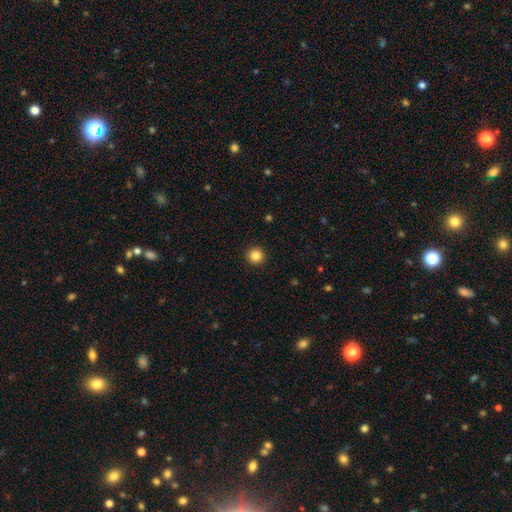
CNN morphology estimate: smooth 85%, star or artifact 11%, featured or disk 4%. Down the decision tree: how rounded — round (95%); merging — none (93%).